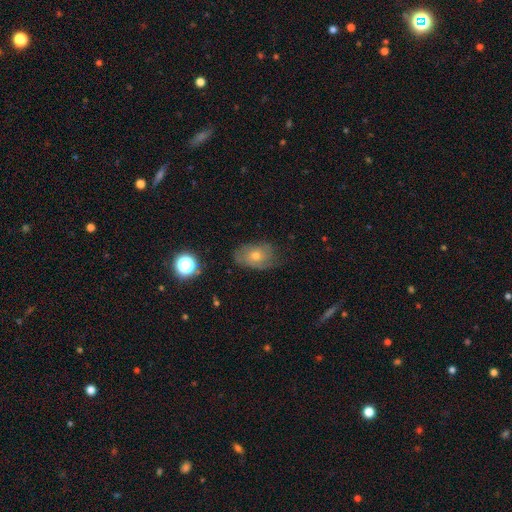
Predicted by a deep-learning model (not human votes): featured or disk 50%, smooth 37%, star or artifact 13%. Down the decision tree: edge-on disk — no (94%); merging — none (68%).